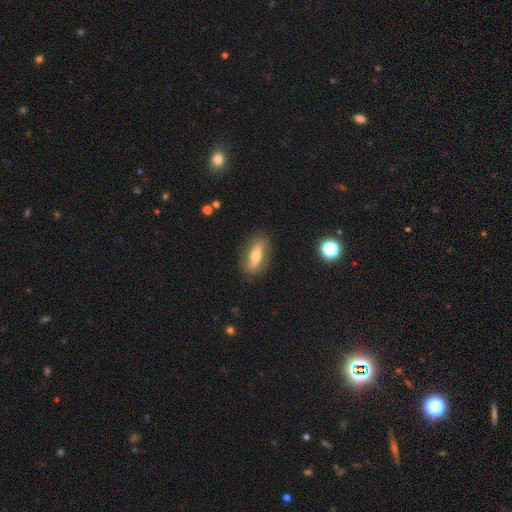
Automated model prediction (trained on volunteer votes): This appears to be a smooth galaxy with no disk features (46%, tied with featured or disk). Merging: none (83%).